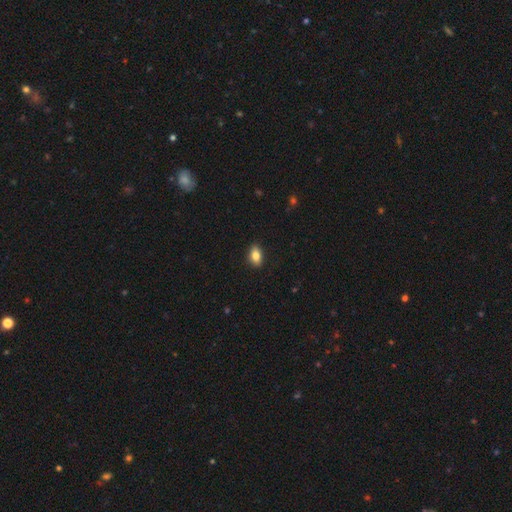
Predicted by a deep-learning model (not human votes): This appears to be a smooth galaxy with no disk features (82%) that is in between round and cigar-shaped (86%). Merging: none (88%).